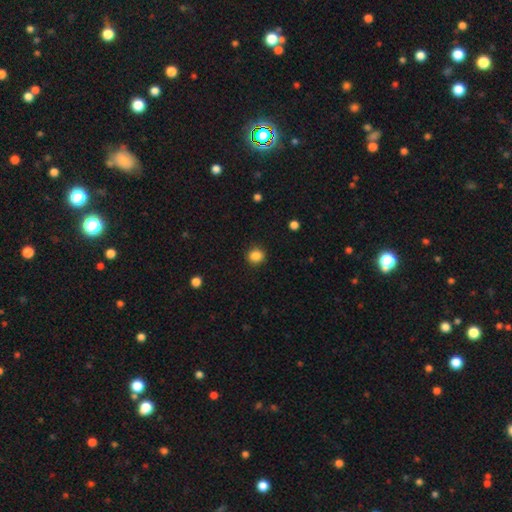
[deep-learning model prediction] Q: Smooth or featured?
A: smooth (86%); runner-up: star or artifact (11%)
Q: How rounded?
A: round (86%); runner-up: in between (13%)
Q: Merging?
A: none (90%); runner-up: minor disturbance (7%)